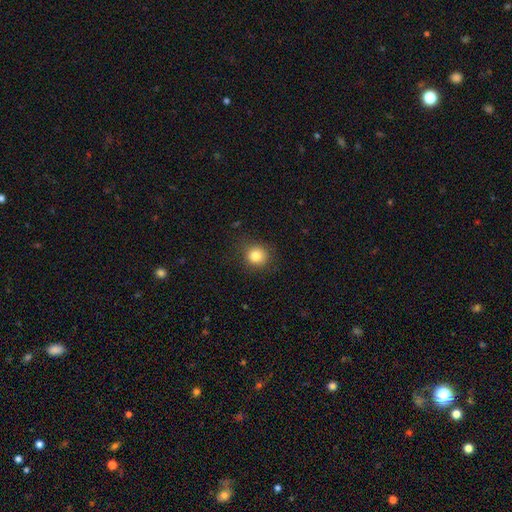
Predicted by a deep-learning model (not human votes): Smooth or featured: smooth — 82% (star or artifact — 11%)
How rounded: round — 90% (in between — 9%)
Merging: none — 85% (minor disturbance — 10%)